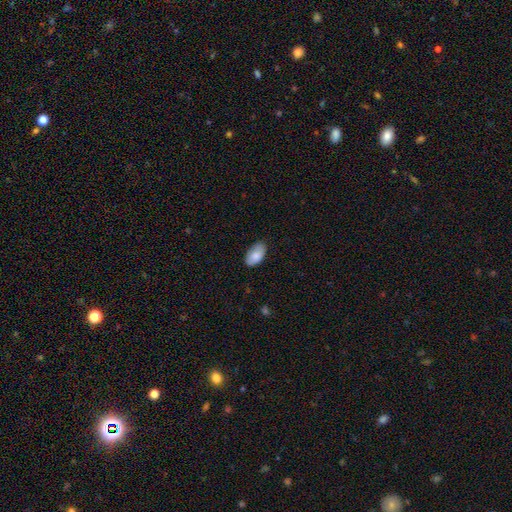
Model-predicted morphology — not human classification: Smooth or featured? Predicted: smooth (p=0.84). How rounded? Predicted: in between (p=0.95). Merging? Predicted: none (p=0.80).